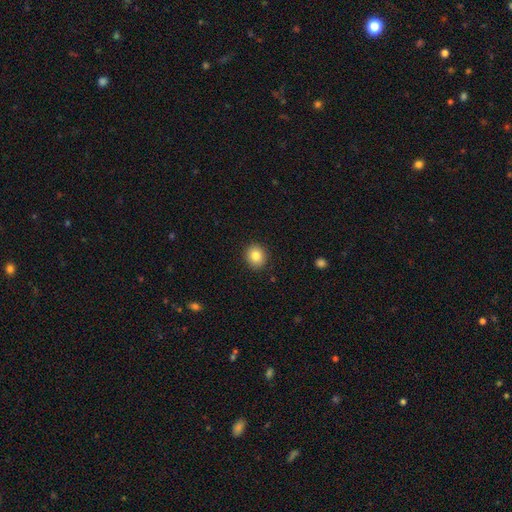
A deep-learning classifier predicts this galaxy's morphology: Overall: smooth (83%). How rounded: round (82%). Merging: none (91%).